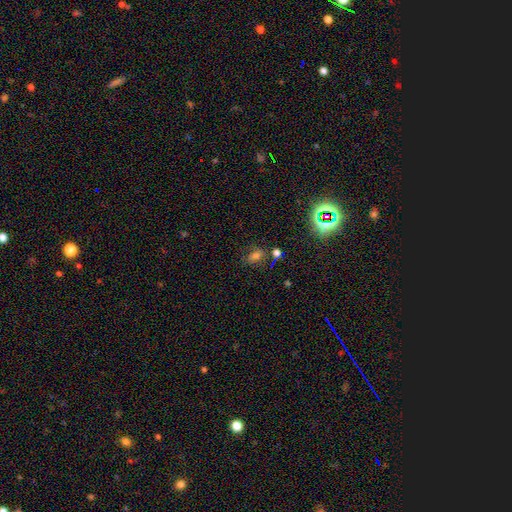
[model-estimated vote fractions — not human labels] Q: Smooth or featured?
A: smooth (49%); runner-up: star or artifact (34%)
Q: Merging?
A: none (62%); runner-up: minor disturbance (19%)